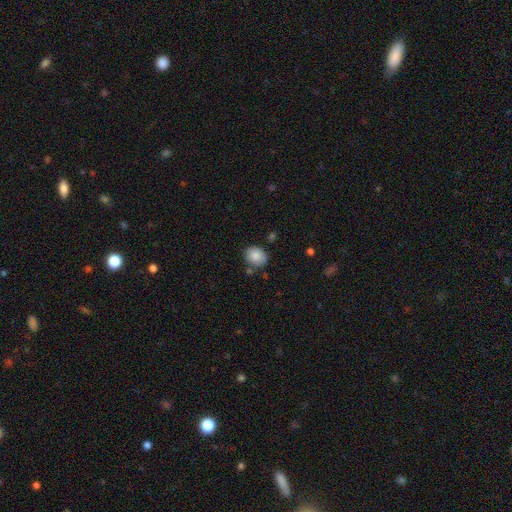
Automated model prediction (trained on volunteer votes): Smooth or featured?
  - smooth: 85% *
  - star or artifact: 8%
  - featured or disk: 7%
How rounded?
  - round: 60% *
  - in between: 39%
  - cigar-shaped: 1%
Merging?
  - none: 73% *
  - minor disturbance: 16%
  - merger: 7%
  - major disturbance: 4%